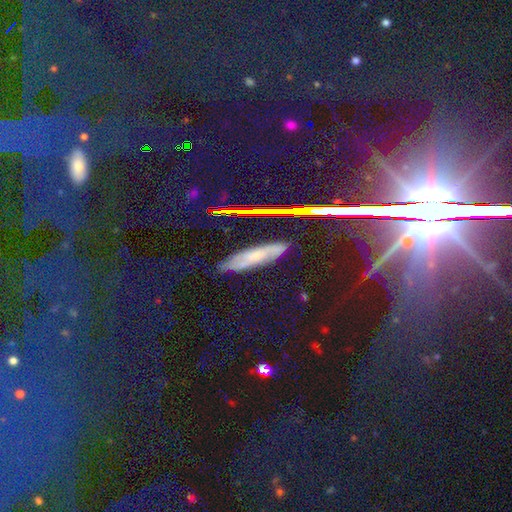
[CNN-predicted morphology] Smooth or featured?
  - star or artifact: 40% *
  - smooth: 34%
  - featured or disk: 26%